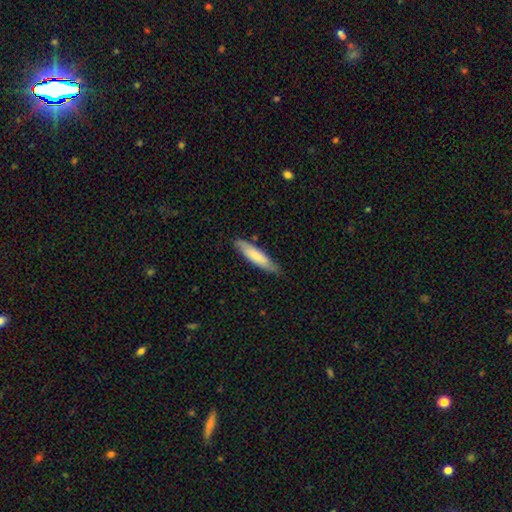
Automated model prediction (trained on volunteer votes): A smooth galaxy with no disk features (74%) that is cigar-shaped (78%). Merging: none (81%).